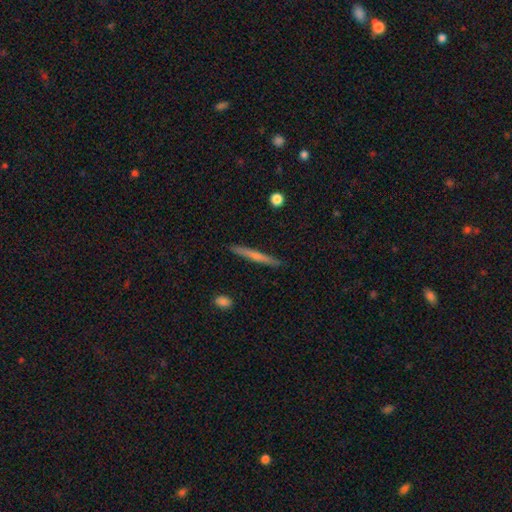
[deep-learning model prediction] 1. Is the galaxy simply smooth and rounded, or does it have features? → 54% smooth, 40% featured or disk, 6% star or artifact.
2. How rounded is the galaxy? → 95% cigar-shaped, 3% in between, 2% round.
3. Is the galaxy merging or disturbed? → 91% none, 6% minor disturbance, 1% major disturbance, 1% merger.